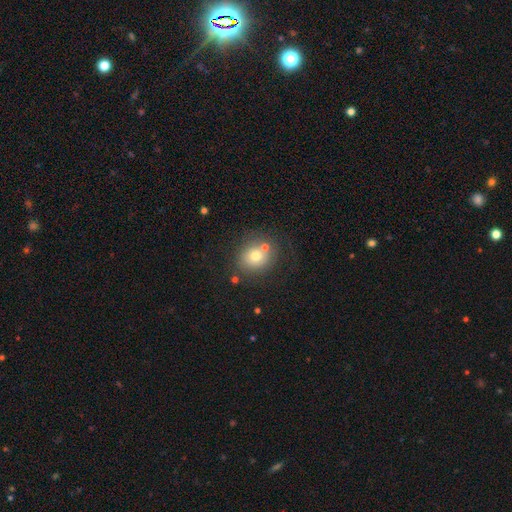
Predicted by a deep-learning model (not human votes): This is likely a smooth galaxy (71%). How rounded: likely round (76%). Merging: likely none (65%).